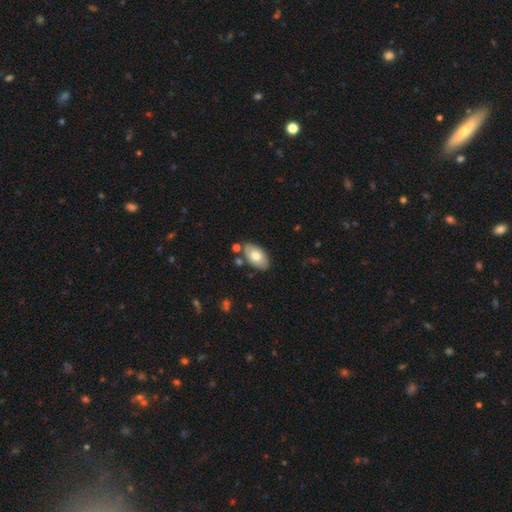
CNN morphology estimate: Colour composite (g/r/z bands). It shows a smooth galaxy with no disk features (67%) that is in between round and cigar-shaped (93%). Merging: none (77%).